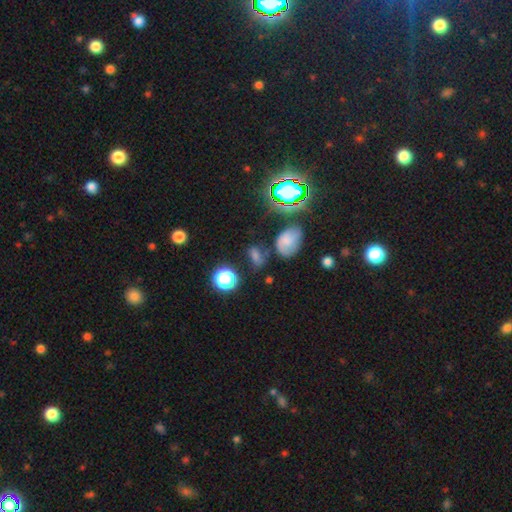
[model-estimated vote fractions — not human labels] smooth_or_featured: smooth (p=0.61) [alt: star or artifact p=0.25]
how_rounded: in between (p=0.71) [alt: round p=0.25]
merging: none (p=0.61) [alt: minor disturbance p=0.20]